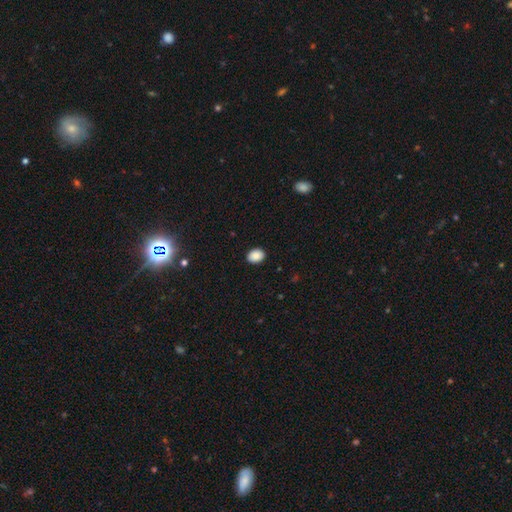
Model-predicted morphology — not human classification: smooth_or_featured: smooth (p=0.88) [alt: star or artifact p=0.08]
how_rounded: in between (p=0.62) [alt: round p=0.37]
merging: none (p=0.90) [alt: minor disturbance p=0.07]